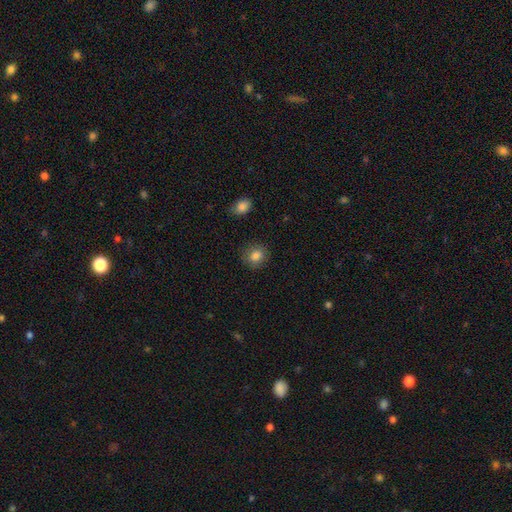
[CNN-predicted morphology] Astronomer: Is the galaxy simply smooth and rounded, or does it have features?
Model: smooth — 85%.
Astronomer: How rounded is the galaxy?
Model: round — 73%.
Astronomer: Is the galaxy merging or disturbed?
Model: none — 85%.